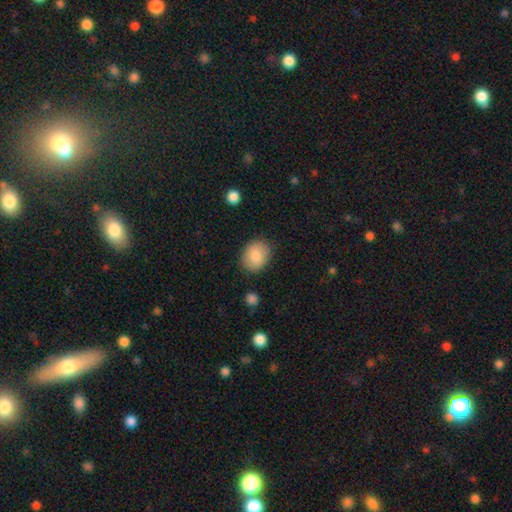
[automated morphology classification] smooth 84%, featured or disk 9%, star or artifact 7%. Down the decision tree: how rounded — round (54%); merging — none (84%).